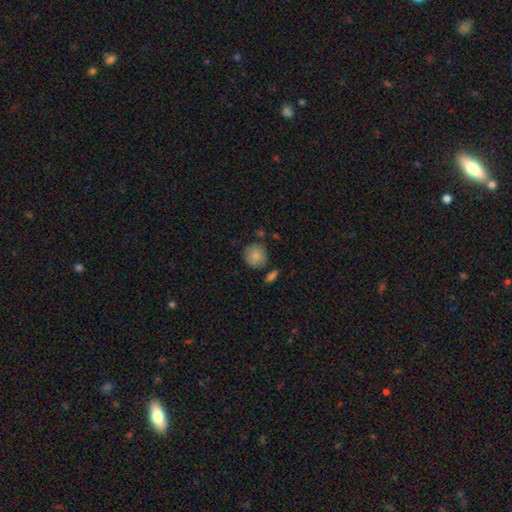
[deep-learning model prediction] Morphology: type=smooth (80%); roundness=round (87%); merging=none (72%).